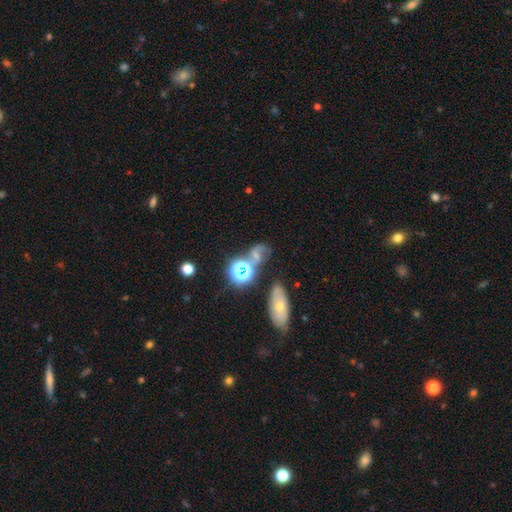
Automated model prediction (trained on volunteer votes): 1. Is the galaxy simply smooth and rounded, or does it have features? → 36% smooth, 32% star or artifact, 31% featured or disk.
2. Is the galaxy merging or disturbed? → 45% none, 21% merger, 18% minor disturbance, 16% major disturbance.